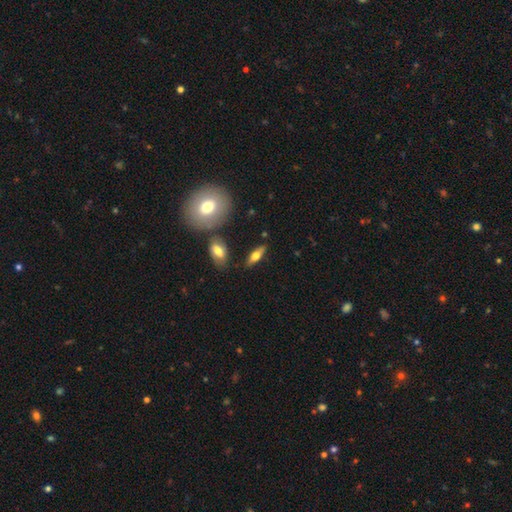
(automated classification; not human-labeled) smooth-or-featured: featured or disk: 47% | smooth: 46% | star or artifact: 7%
  merging: none: 83% | minor disturbance: 10% | merger: 4% | major disturbance: 3%